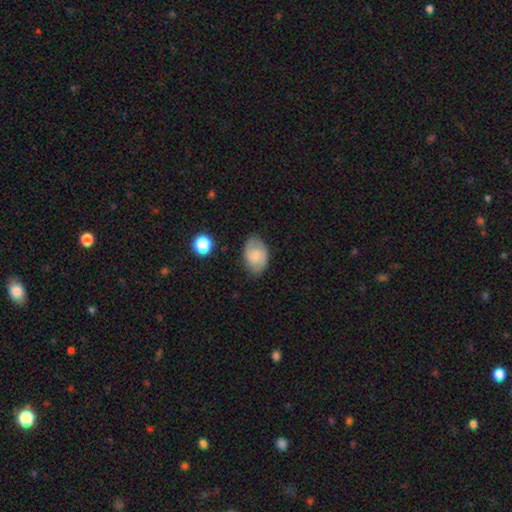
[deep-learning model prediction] Q: Smooth or featured?
A: smooth (59%); runner-up: featured or disk (33%)
Q: How rounded?
A: in between (82%); runner-up: round (17%)
Q: Merging?
A: none (75%); runner-up: minor disturbance (20%)